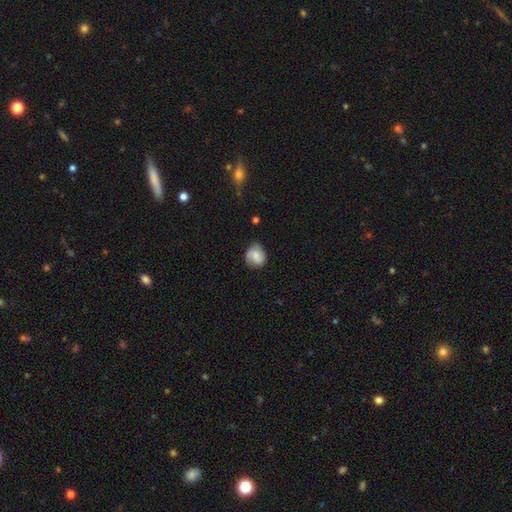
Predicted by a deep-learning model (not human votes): Smooth or featured? Predicted: smooth (p=0.54). How rounded? Predicted: round (p=0.70). Merging? Predicted: none (p=0.72).